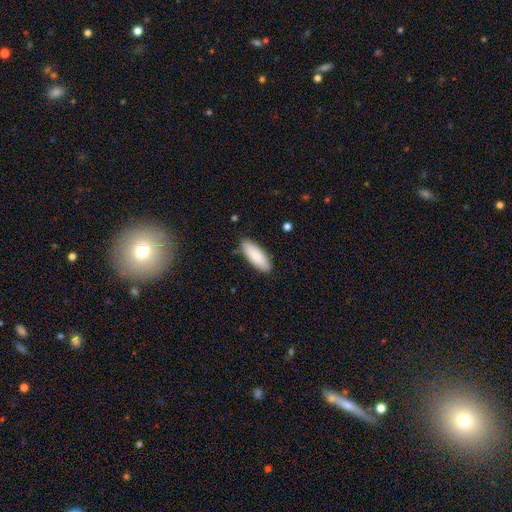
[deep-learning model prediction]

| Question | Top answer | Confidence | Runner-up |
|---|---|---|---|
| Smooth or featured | smooth | 86% | featured or disk (9%) |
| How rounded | in between | 67% | cigar-shaped (31%) |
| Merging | none | 86% | minor disturbance (11%) |